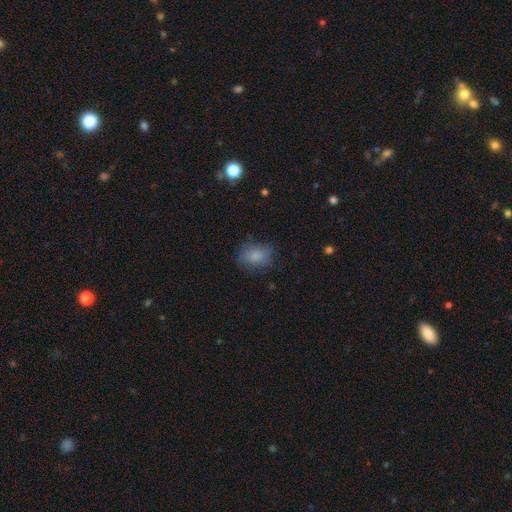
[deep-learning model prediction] Smooth or featured? smooth (78%)
How rounded? in between (65%)
Merging? none (69%)